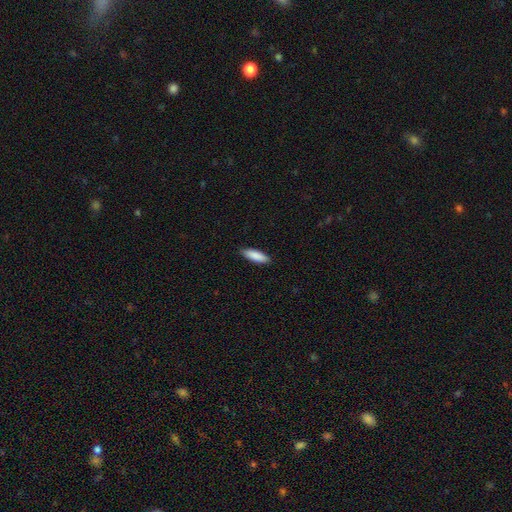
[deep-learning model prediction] Smooth or featured? smooth (89%)
How rounded? in between (49%, tied with cigar-shaped)
Merging? none (89%)